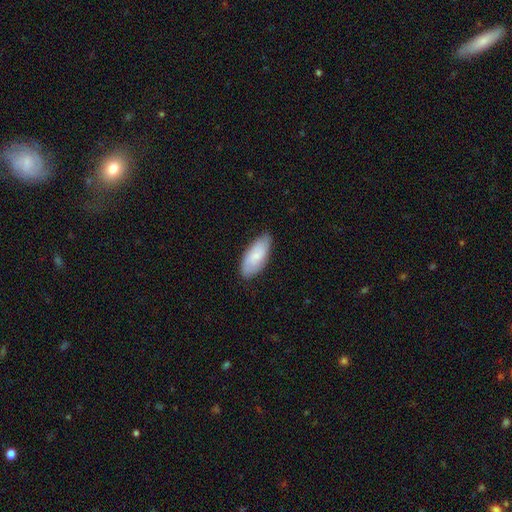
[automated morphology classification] smooth 72%, featured or disk 22%, star or artifact 6%. Down the decision tree: how rounded — in between (85%); merging — none (79%).